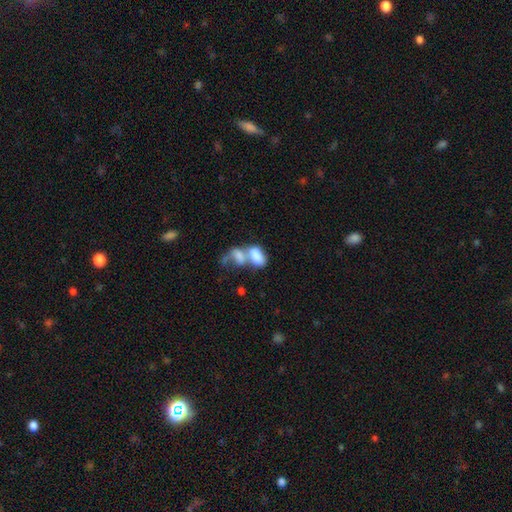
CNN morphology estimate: Smooth or featured?
  - smooth: 70% *
  - featured or disk: 21%
  - star or artifact: 9%
How rounded?
  - in between: 90% *
  - round: 7%
  - cigar-shaped: 3%
Merging?
  - merger: 73% *
  - none: 12%
  - major disturbance: 9%
  - minor disturbance: 6%